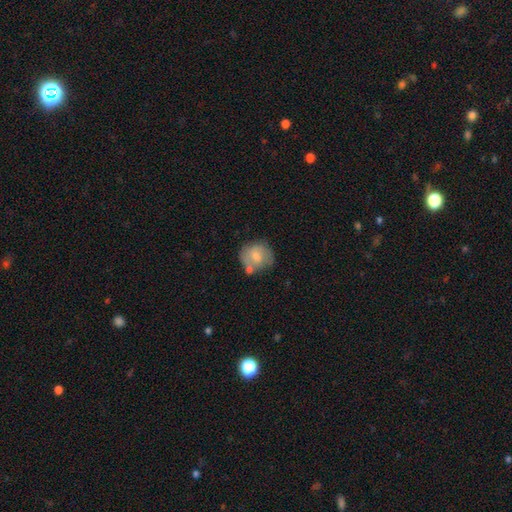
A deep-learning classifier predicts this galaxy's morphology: A smooth galaxy with no disk features (66%) that is round (76%).

Vote fractions:
- Smooth or featured? smooth: 66% / featured or disk: 27% / star or artifact: 7%
- How rounded? round: 76% / in between: 23% / cigar-shaped: 1%
- Merging? none: 53% / minor disturbance: 22% / merger: 17% / major disturbance: 8%